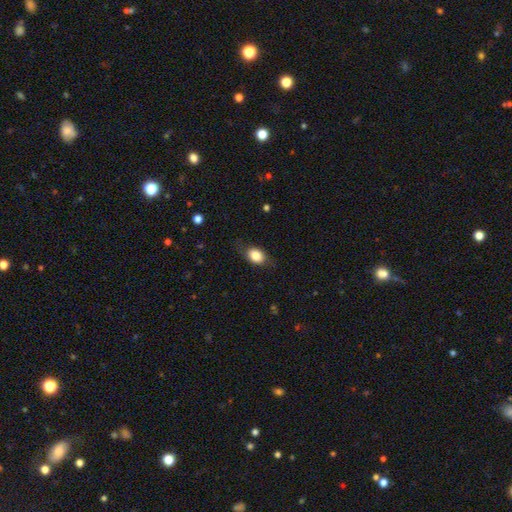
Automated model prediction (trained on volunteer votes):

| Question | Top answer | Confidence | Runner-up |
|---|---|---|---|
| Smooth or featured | smooth | 82% | featured or disk (10%) |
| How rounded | in between | 77% | round (21%) |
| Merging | none | 75% | minor disturbance (19%) |